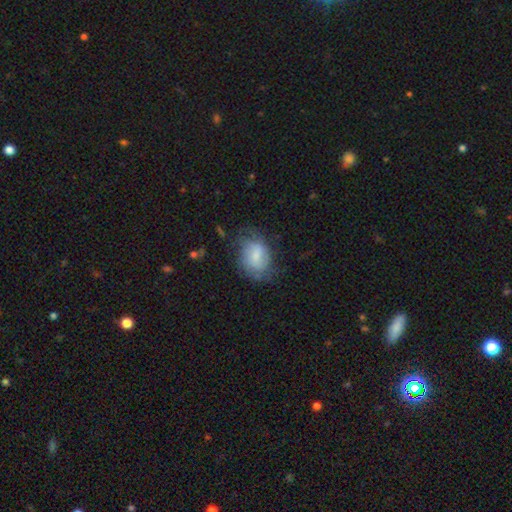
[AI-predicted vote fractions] The model was most divided on "smooth or featured": smooth: 57%, featured or disk: 35%, star or artifact: 8%. More confident: how rounded — in between (64%); merging — none (54%).